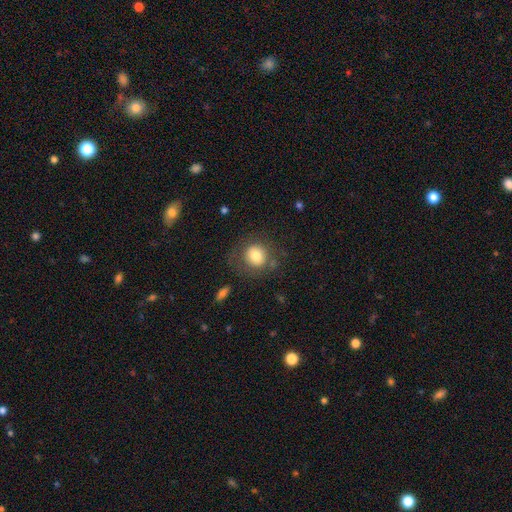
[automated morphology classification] A smooth galaxy with no disk features (75%) that is round (86%).

Vote fractions:
- Smooth or featured? smooth: 75% / featured or disk: 15% / star or artifact: 10%
- How rounded? round: 86% / in between: 13% / cigar-shaped: 1%
- Merging? none: 70% / minor disturbance: 15% / major disturbance: 11% / merger: 4%